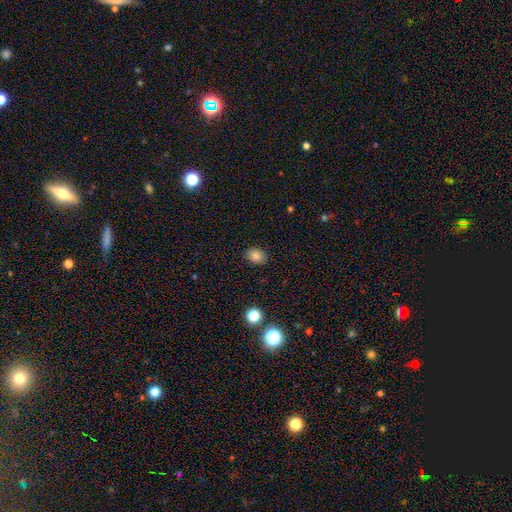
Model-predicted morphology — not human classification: This is clearly a smooth galaxy (81%). How rounded: likely in between (60%). Merging: clearly none (88%).